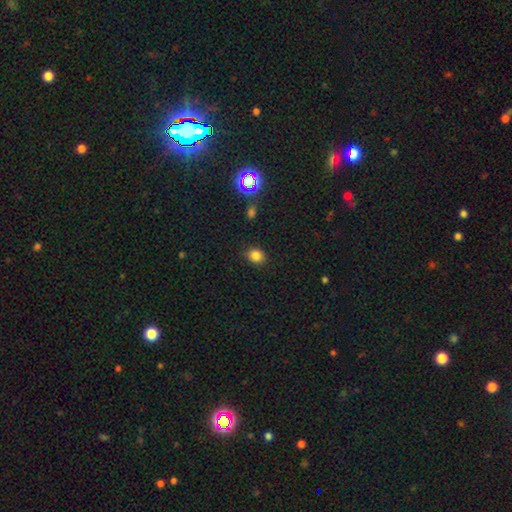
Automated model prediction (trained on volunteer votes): Smooth or featured? smooth (81%)
How rounded? round (60%)
Merging? none (84%)